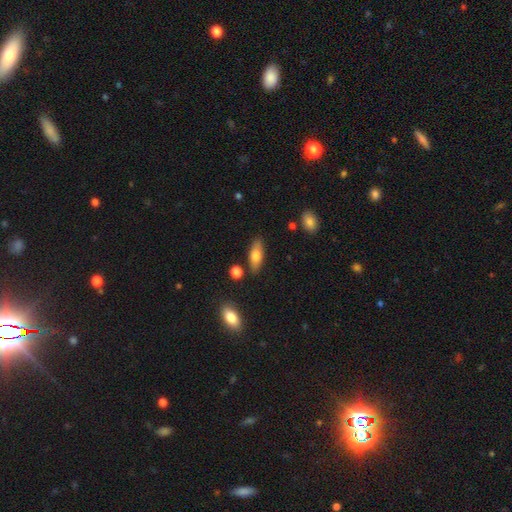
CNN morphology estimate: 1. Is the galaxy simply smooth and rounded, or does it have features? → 73% smooth, 20% featured or disk, 7% star or artifact.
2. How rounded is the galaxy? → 66% in between, 31% cigar-shaped, 3% round.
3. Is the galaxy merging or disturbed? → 81% none, 12% minor disturbance, 4% merger, 3% major disturbance.